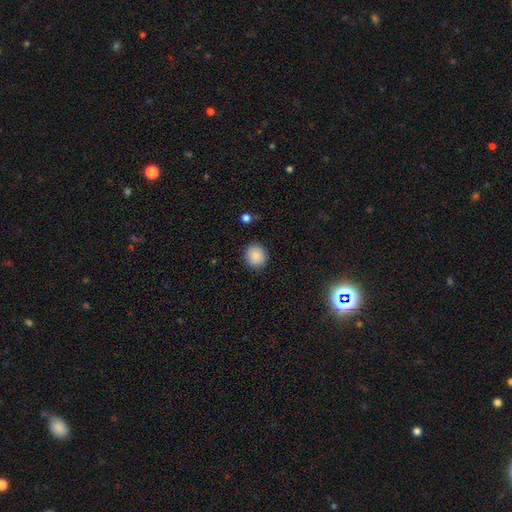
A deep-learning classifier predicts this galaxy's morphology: This is clearly a smooth galaxy (89%). How rounded: clearly round (91%). Merging: clearly none (90%).